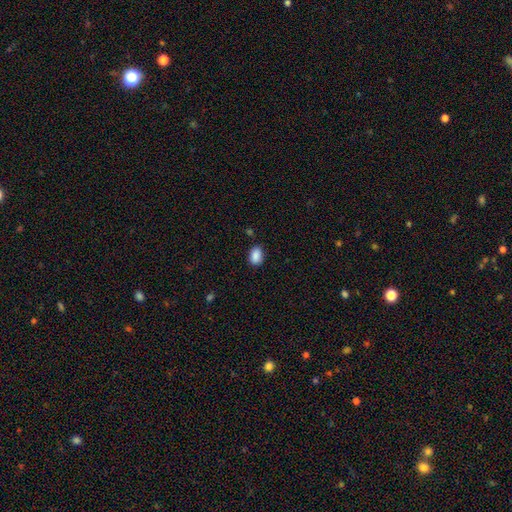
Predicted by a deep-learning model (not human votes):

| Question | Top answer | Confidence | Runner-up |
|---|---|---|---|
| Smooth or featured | smooth | 89% | star or artifact (8%) |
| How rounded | in between | 83% | round (15%) |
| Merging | none | 85% | minor disturbance (11%) |